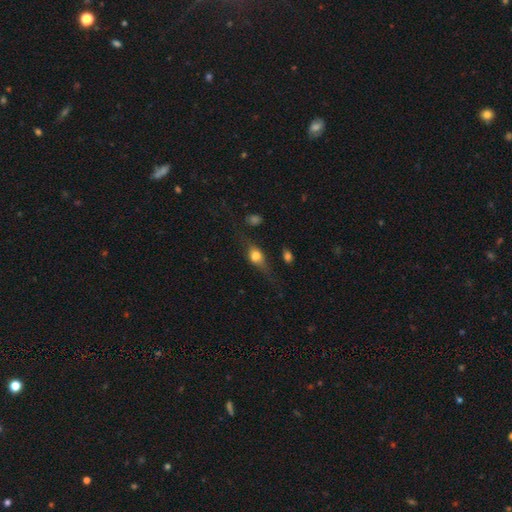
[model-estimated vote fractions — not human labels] The model was most divided on "smooth or featured": smooth: 52%, featured or disk: 38%, star or artifact: 10%. More confident: how rounded — in between (58%); merging — none (56%).